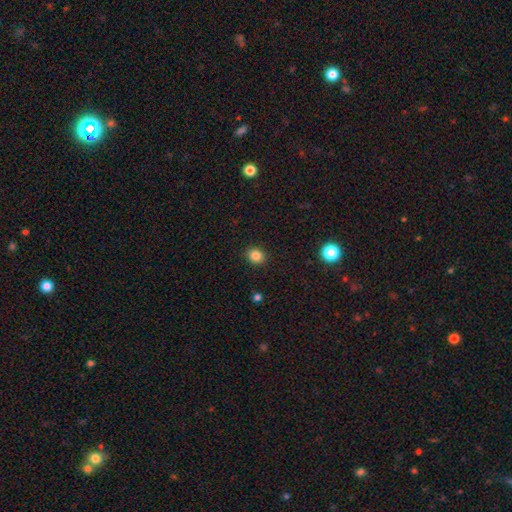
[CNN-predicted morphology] smooth-or-featured: smooth: 85% | star or artifact: 11% | featured or disk: 4%
  how-rounded: round: 73% | in between: 26% | cigar-shaped: 1%
  merging: none: 91% | minor disturbance: 6% | major disturbance: 2% | merger: 1%